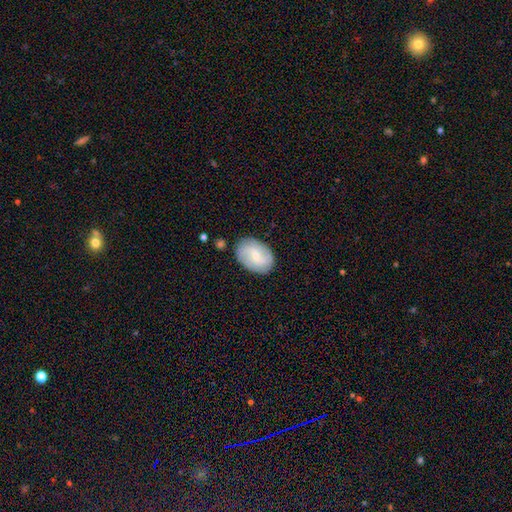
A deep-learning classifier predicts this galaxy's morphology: Smooth or featured? Predicted: featured or disk (p=0.55). Edge-on disk? Predicted: no (p=0.97). Bar? Predicted: weak (p=0.54). Spiral arms? Predicted: yes (p=0.85). Bulge size? Predicted: small (p=0.64). Merging? Predicted: none (p=0.82).